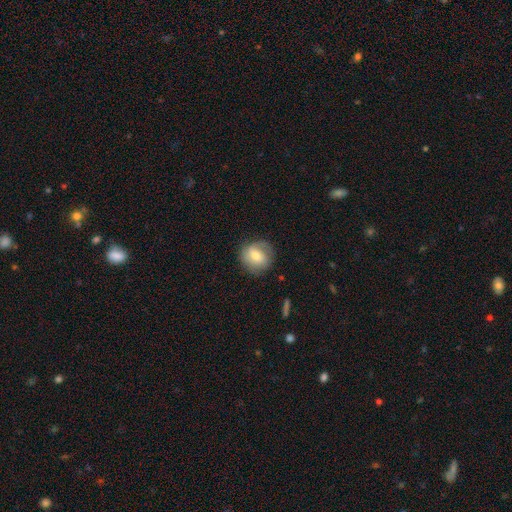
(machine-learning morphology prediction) smooth-or-featured: smooth: 49% | featured or disk: 43% | star or artifact: 8%
  merging: none: 74% | minor disturbance: 17% | major disturbance: 7% | merger: 1%